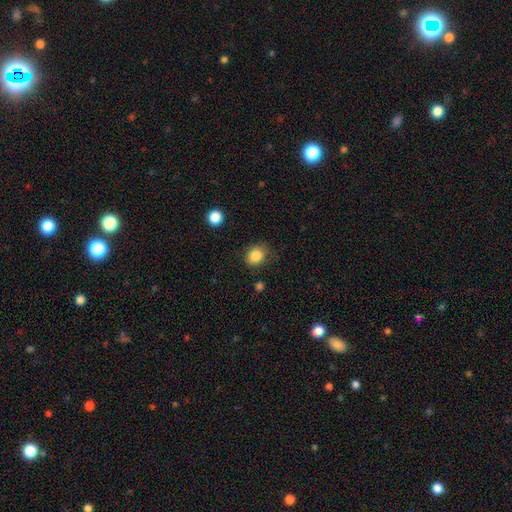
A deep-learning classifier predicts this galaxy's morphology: smooth_or_featured: smooth (p=0.85) [alt: star or artifact p=0.10]
how_rounded: round (p=0.66) [alt: in between p=0.33]
merging: none (p=0.75) [alt: minor disturbance p=0.18]